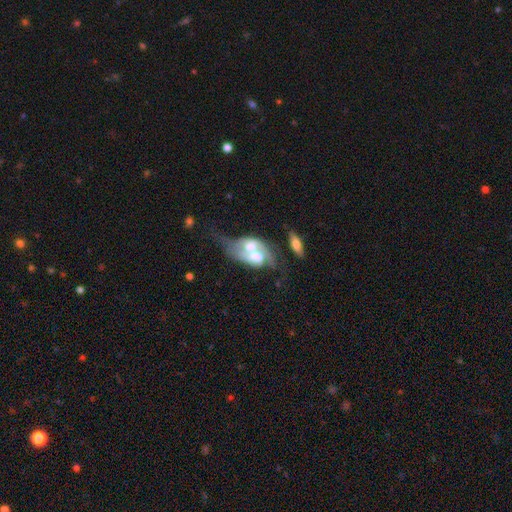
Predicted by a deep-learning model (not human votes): The model was most divided on "bulge size": moderate: 52%, large: 28%, small: 12%, none: 5%, dominant: 3%. More confident: edge-on disk — no (94%); merging — merger (70%); bar — no (68%); smooth or featured — featured or disk (67%); spiral arms — yes (66%).